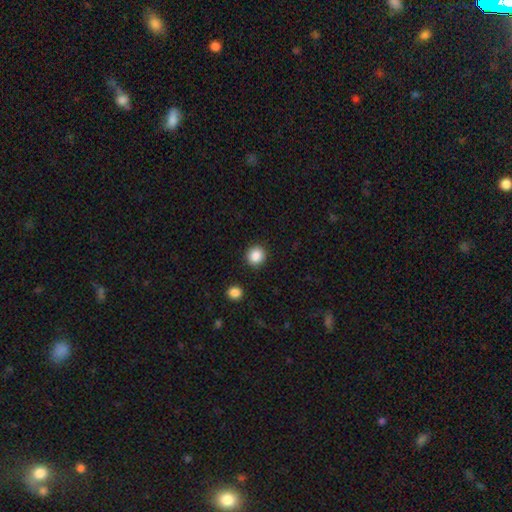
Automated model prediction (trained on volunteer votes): smooth_or_featured: smooth (p=0.87) [alt: star or artifact p=0.09]
how_rounded: round (p=0.91) [alt: in between p=0.08]
merging: none (p=0.91) [alt: minor disturbance p=0.06]